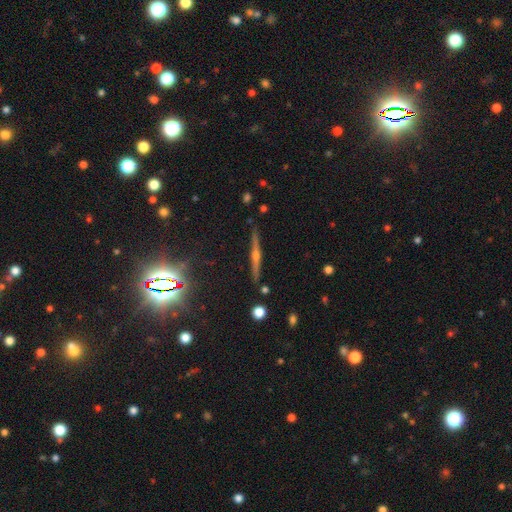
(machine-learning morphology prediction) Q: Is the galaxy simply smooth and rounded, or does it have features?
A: featured or disk — 73%.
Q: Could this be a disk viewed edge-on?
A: yes — 98%.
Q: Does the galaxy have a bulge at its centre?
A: rounded — 89%.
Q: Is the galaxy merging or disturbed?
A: none — 89%.